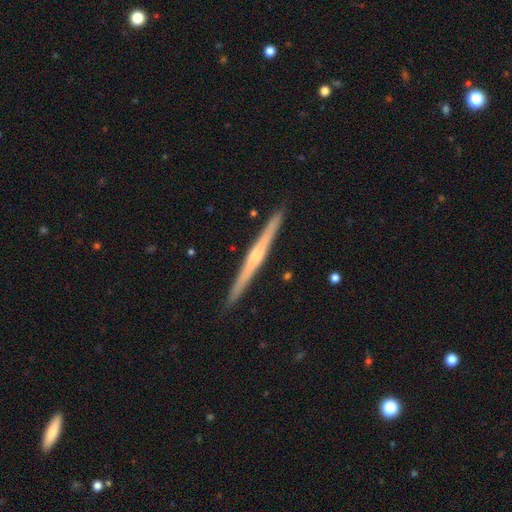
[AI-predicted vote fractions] smooth-or-featured: featured or disk: 72% | smooth: 23% | star or artifact: 5%
  disk-edge-on: yes: 98% | no: 2%
    edge-on-bulge: rounded: 56% | none: 33% | boxy: 11%
  merging: none: 92% | minor disturbance: 6% | merger: 1% | major disturbance: 1%